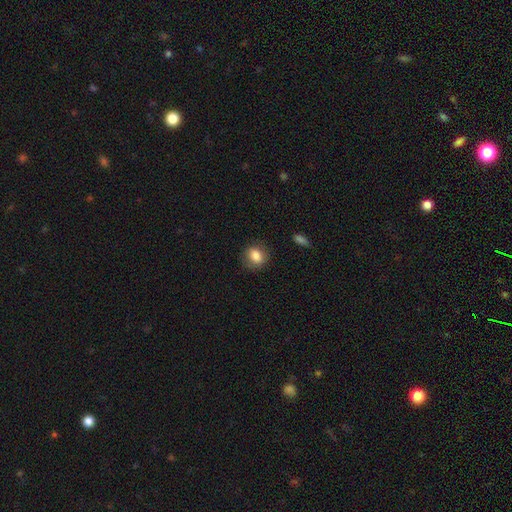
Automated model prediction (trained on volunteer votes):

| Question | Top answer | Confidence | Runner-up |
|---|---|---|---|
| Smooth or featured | smooth | 82% | featured or disk (9%) |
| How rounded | round | 53% | in between (45%) |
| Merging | none | 82% | minor disturbance (13%) |